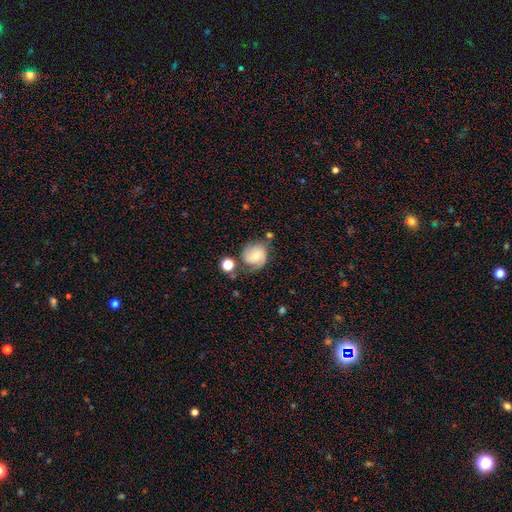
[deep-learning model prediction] Overall: featured or disk (55%; smooth 36%). Edge-on disk: no (97%). Bar: no (47%; weak 42%). Spiral arms: yes (88%). Bulge size: moderate (49%; small 42%). Merging: none (59%; minor disturbance 23%).